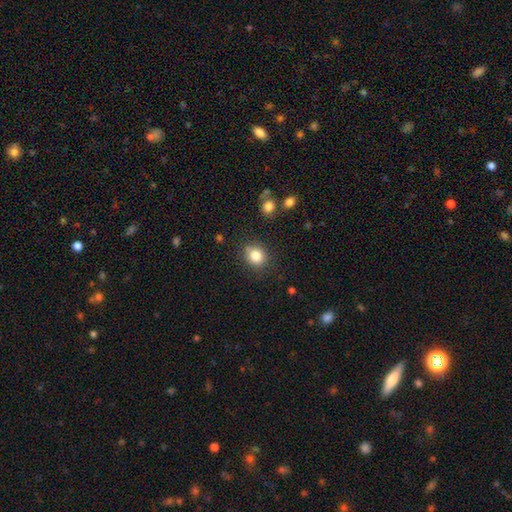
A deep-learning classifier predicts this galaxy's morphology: Overall: smooth (83%). How rounded: round (71%). Merging: none (82%).